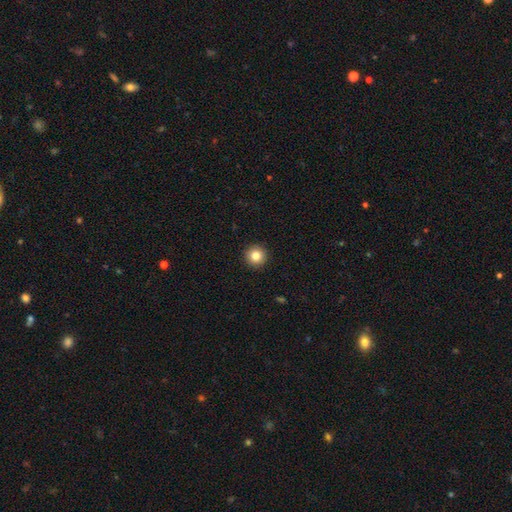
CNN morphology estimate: Smooth or featured: smooth — 83% (star or artifact — 10%)
How rounded: round — 96% (in between — 3%)
Merging: none — 93% (minor disturbance — 4%)